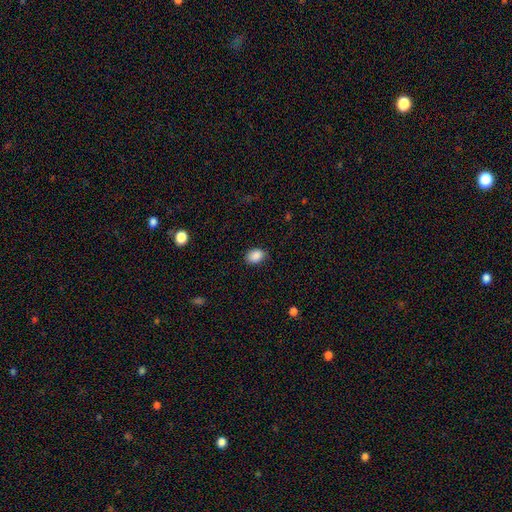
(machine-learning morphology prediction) This appears to be a smooth galaxy with no disk features (89%) that is in between round and cigar-shaped (75%). Merging: none (84%).